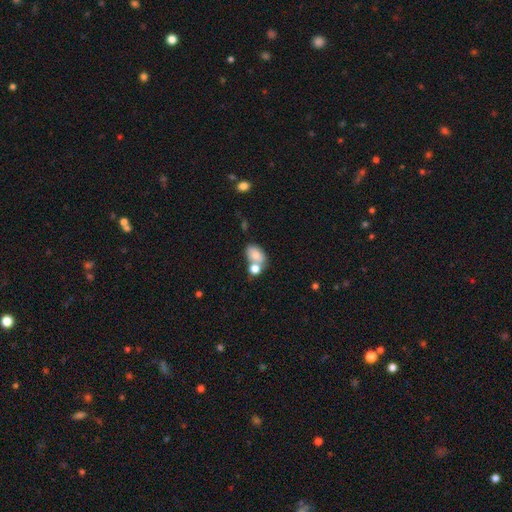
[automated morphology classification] A smooth galaxy with no disk features (79%) that is in between round and cigar-shaped (83%).

Vote fractions:
- Smooth or featured? smooth: 79% / featured or disk: 12% / star or artifact: 9%
- How rounded? in between: 83% / round: 16% / cigar-shaped: 2%
- Merging? merger: 42% / none: 39% / minor disturbance: 13% / major disturbance: 5%